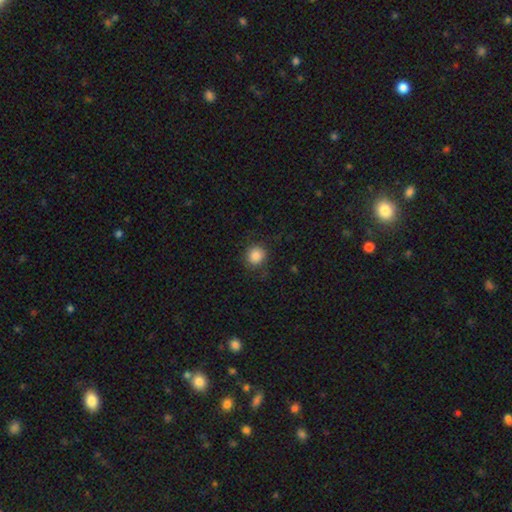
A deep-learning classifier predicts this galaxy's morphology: A smooth galaxy with no disk features (84%) that is round (88%). Merging: none (79%).